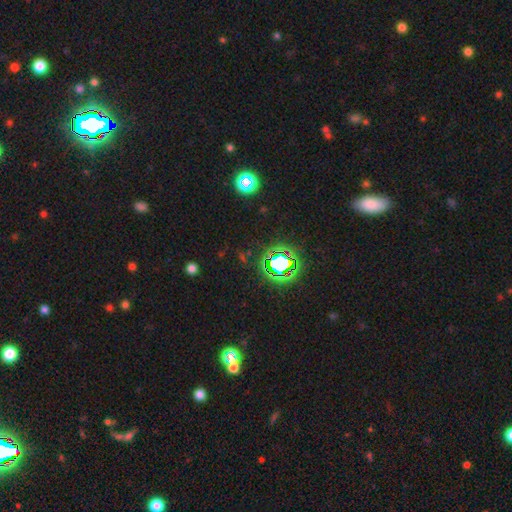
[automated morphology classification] A star or artifact, not a galaxy (78%).

Vote fractions:
- Smooth or featured? star or artifact: 78% / smooth: 14% / featured or disk: 8%